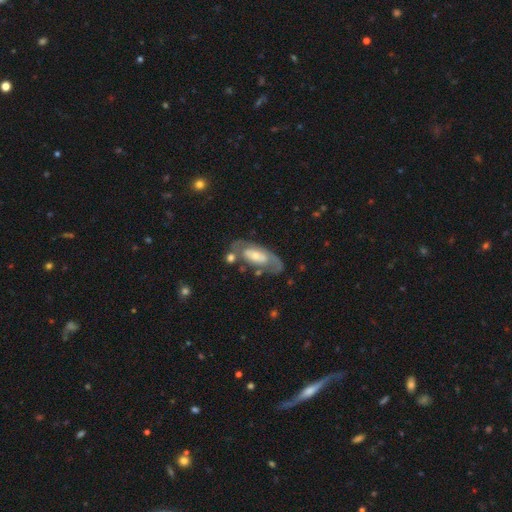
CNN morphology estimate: smooth_or_featured: featured or disk (p=0.69) [alt: smooth p=0.25]
disk_edge_on: no (p=0.88) [alt: yes p=0.12]
bar: no (p=0.59) [alt: weak p=0.31]
has_spiral_arms: yes (p=0.71) [alt: no p=0.29]
bulge_size: small (p=0.44) [tied with: moderate p=0.44]
merging: none (p=0.56) [alt: minor disturbance p=0.20]